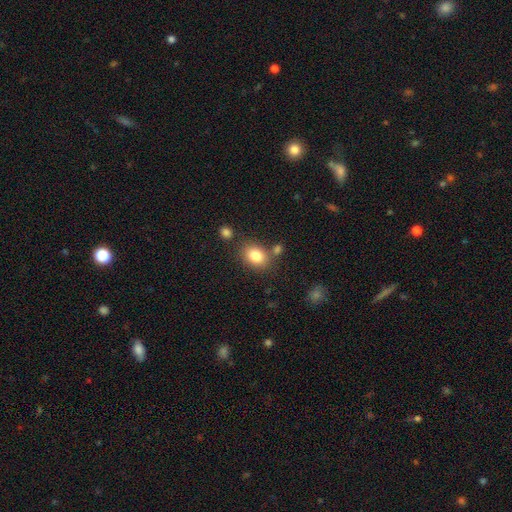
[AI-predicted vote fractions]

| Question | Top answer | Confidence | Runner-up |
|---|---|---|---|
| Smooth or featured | smooth | 82% | star or artifact (9%) |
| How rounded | in between | 60% | round (39%) |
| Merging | none | 71% | minor disturbance (13%) |